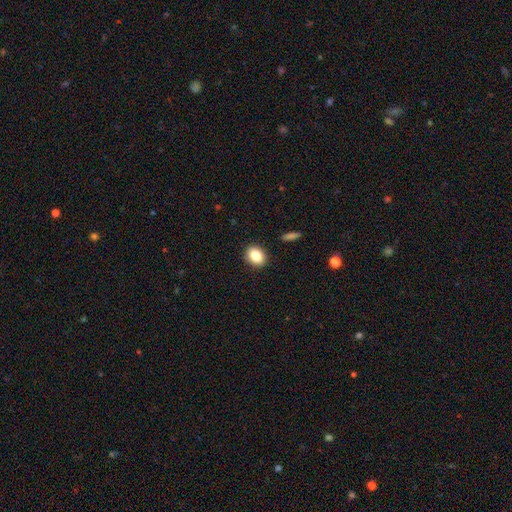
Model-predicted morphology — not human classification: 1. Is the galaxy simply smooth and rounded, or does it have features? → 83% smooth, 9% star or artifact, 8% featured or disk.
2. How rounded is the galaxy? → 52% in between, 47% round, 1% cigar-shaped.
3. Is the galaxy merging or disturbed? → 90% none, 7% minor disturbance, 2% major disturbance, 1% merger.